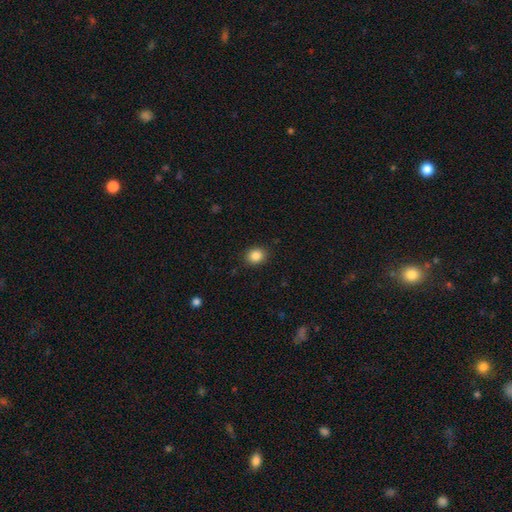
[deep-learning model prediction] A smooth galaxy with no disk features (86%) that is round (64%). Merging: none (89%).